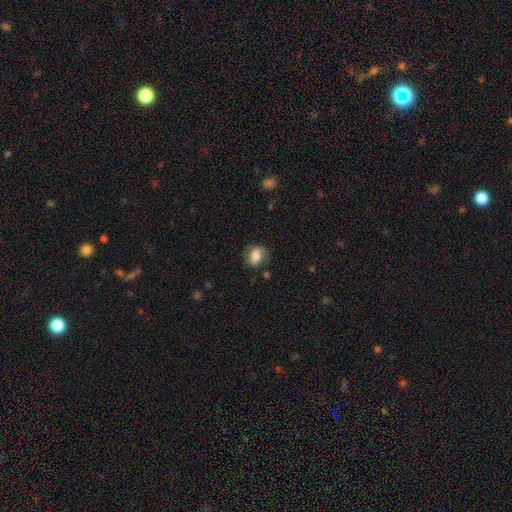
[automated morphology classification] The model was most divided on "how rounded": in between: 67%, round: 31%, cigar-shaped: 2%. More confident: merging — none (66%); smooth or featured — smooth (65%).